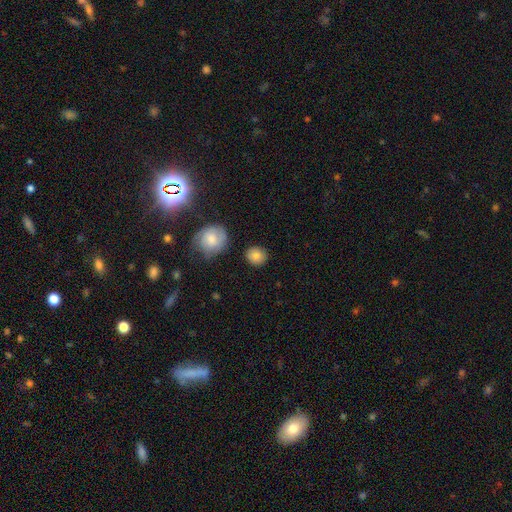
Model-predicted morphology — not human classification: Smooth or featured: smooth — 84% (star or artifact — 8%)
How rounded: round — 87% (in between — 11%)
Merging: none — 86% (minor disturbance — 9%)